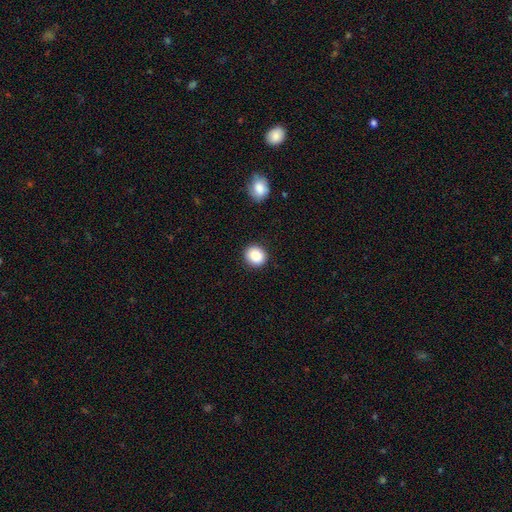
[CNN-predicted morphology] smooth_or_featured: smooth (p=0.88) [alt: star or artifact p=0.09]
how_rounded: round (p=0.83) [alt: in between p=0.16]
merging: none (p=0.90) [alt: minor disturbance p=0.07]